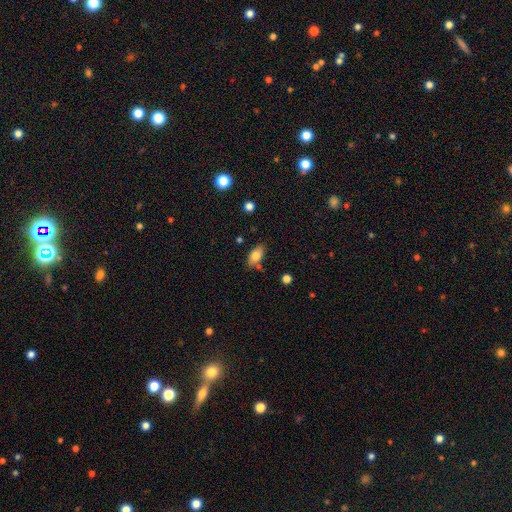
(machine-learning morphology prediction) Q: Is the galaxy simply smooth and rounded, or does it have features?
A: smooth — 80%.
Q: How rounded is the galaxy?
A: in between — 89%.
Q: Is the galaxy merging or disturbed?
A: none — 76%.